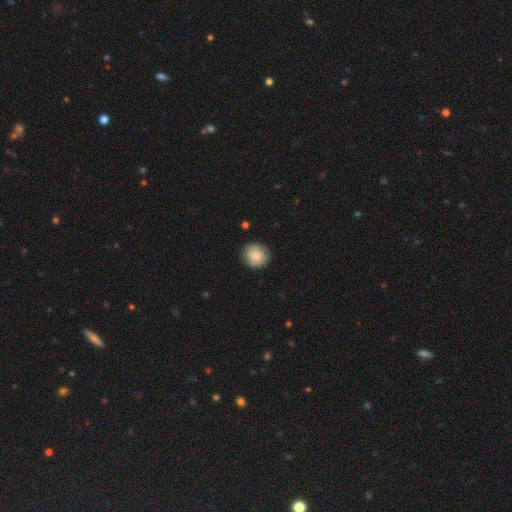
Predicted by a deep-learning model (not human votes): A smooth galaxy with no disk features (77%) that is round (88%).

Vote fractions:
- Smooth or featured? smooth: 77% / featured or disk: 16% / star or artifact: 7%
- How rounded? round: 88% / in between: 11% / cigar-shaped: 1%
- Merging? none: 83% / minor disturbance: 13% / major disturbance: 3% / merger: 1%